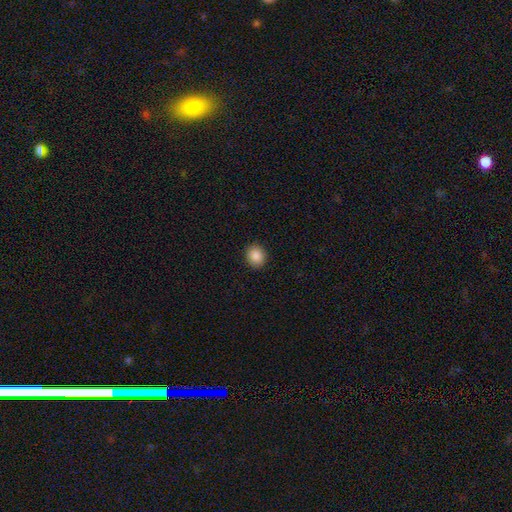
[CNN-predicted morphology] Overall: smooth (87%). How rounded: round (78%). Merging: none (92%).